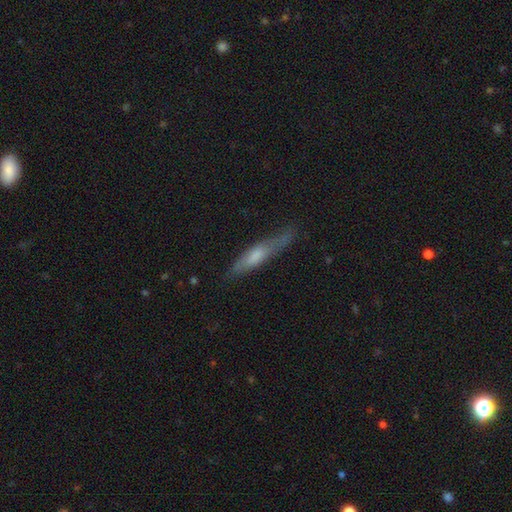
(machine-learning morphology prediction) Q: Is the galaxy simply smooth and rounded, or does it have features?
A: smooth — 53%.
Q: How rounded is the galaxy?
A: cigar-shaped — 84%.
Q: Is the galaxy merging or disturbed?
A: none — 69%.